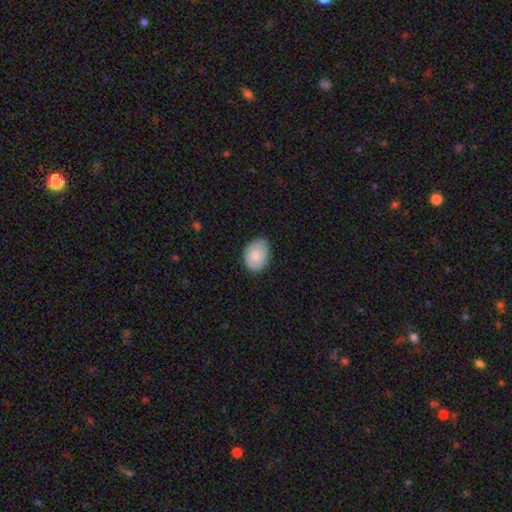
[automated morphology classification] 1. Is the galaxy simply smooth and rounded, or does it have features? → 83% smooth, 10% featured or disk, 6% star or artifact.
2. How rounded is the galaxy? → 70% in between, 29% round, 1% cigar-shaped.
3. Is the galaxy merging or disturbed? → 77% none, 19% minor disturbance, 3% major disturbance, 1% merger.